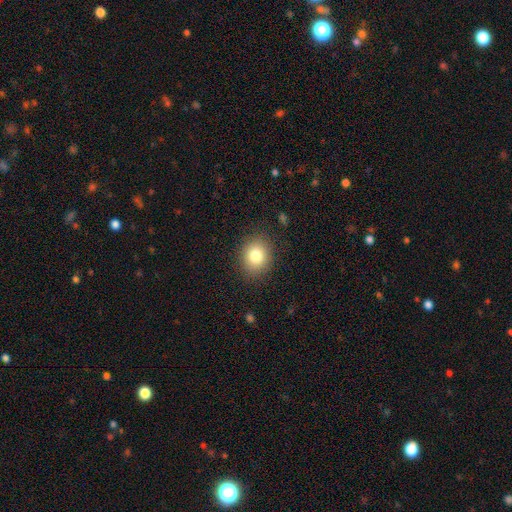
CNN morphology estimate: Smooth or featured? Predicted: smooth (p=0.81). How rounded? Predicted: round (p=0.64). Merging? Predicted: none (p=0.87).